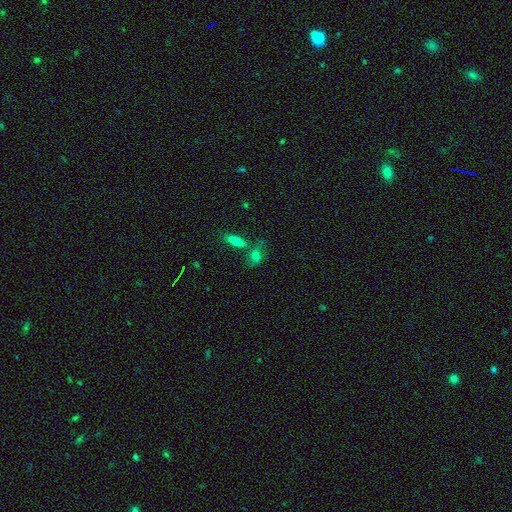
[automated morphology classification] smooth_or_featured: smooth (p=0.66) [alt: featured or disk p=0.18]
how_rounded: in between (p=0.67) [alt: round p=0.20]
merging: none (p=0.50) [alt: merger p=0.27]